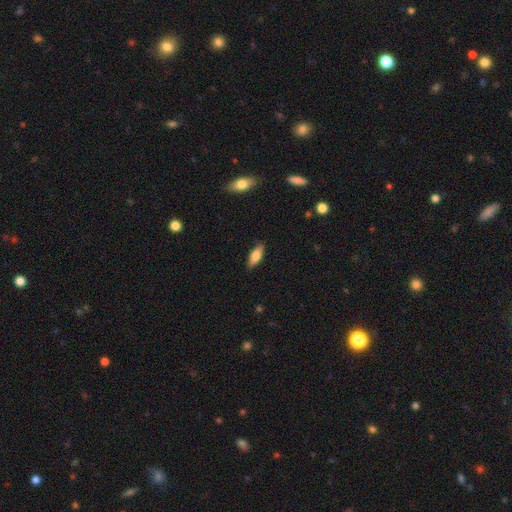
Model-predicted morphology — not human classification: Smooth or featured? Predicted: smooth (p=0.74). How rounded? Predicted: in between (p=0.71). Merging? Predicted: none (p=0.85).